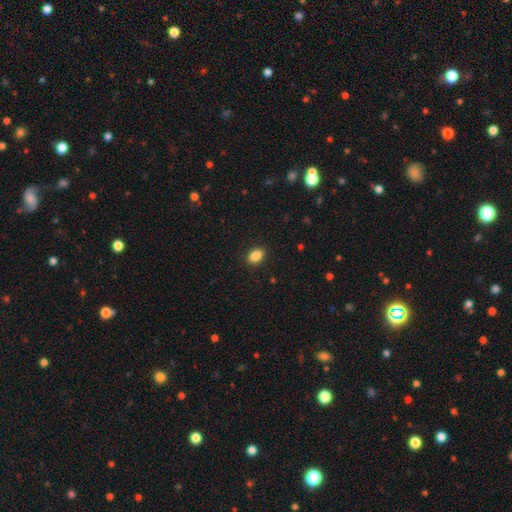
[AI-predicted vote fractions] Smooth or featured? Predicted: smooth (p=0.87). How rounded? Predicted: in between (p=0.85). Merging? Predicted: none (p=0.90).